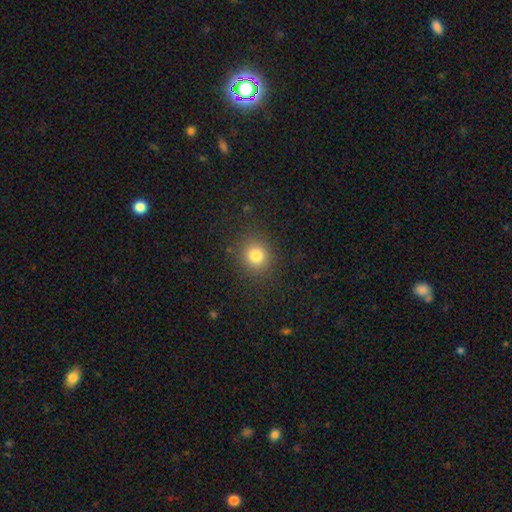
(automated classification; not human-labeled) This is likely a smooth galaxy (80%). How rounded: clearly round (85%). Merging: clearly none (88%).